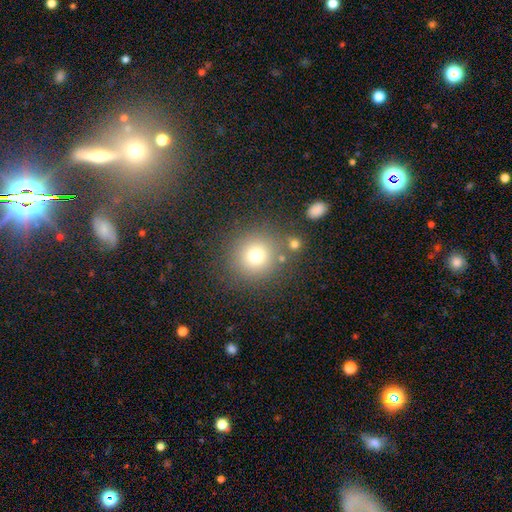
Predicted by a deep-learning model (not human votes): This is likely a smooth galaxy (73%). How rounded: clearly round (93%). Merging: clearly none (81%).